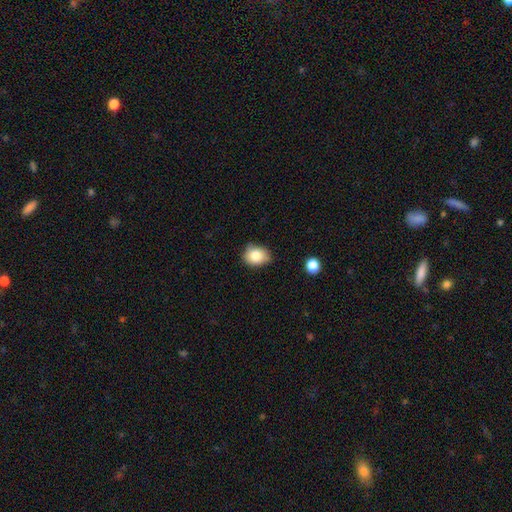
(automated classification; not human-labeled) Smooth or featured? smooth (82%)
How rounded? in between (51%)
Merging? none (68%)